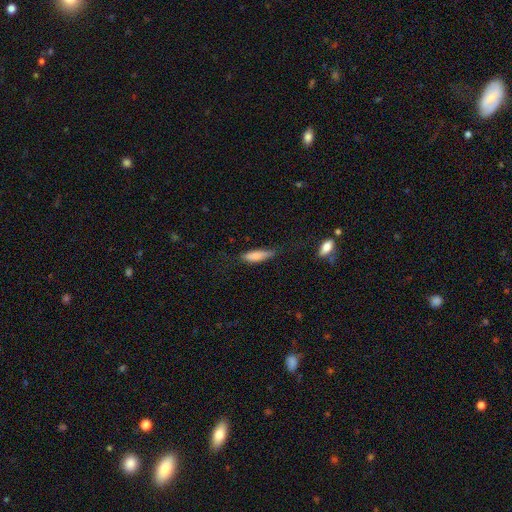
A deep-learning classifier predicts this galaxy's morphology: A smooth galaxy with no disk features (79%) that is cigar-shaped (59%). Merging: none (61%).